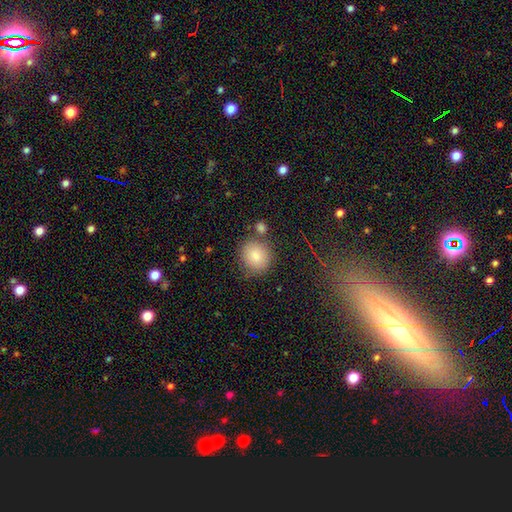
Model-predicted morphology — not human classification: Smooth or featured? Predicted: smooth (p=0.82). How rounded? Predicted: round (p=0.84). Merging? Predicted: none (p=0.74).